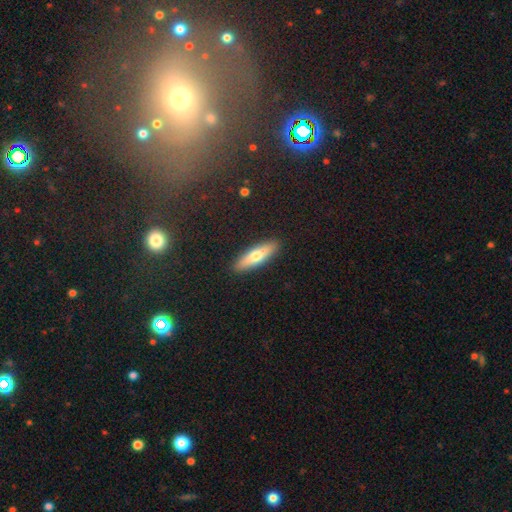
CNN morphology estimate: Smooth or featured? Predicted: smooth (p=0.63). How rounded? Predicted: cigar-shaped (p=0.63). Merging? Predicted: none (p=0.90).